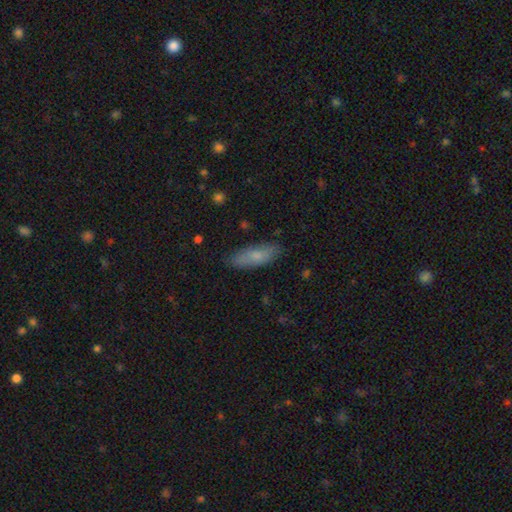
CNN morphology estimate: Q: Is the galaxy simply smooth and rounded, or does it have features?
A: smooth — 77%.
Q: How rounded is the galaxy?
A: in between — 62%.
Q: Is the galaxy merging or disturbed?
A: none — 83%.